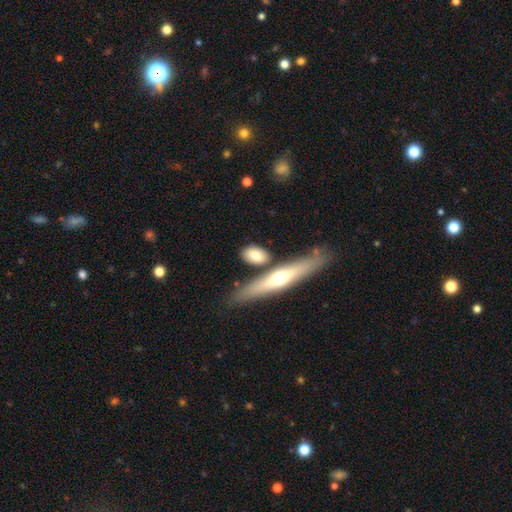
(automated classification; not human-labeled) Q: Smooth or featured?
A: smooth (71%); runner-up: featured or disk (23%)
Q: How rounded?
A: in between (66%); runner-up: cigar-shaped (23%)
Q: Merging?
A: none (71%); runner-up: merger (13%)